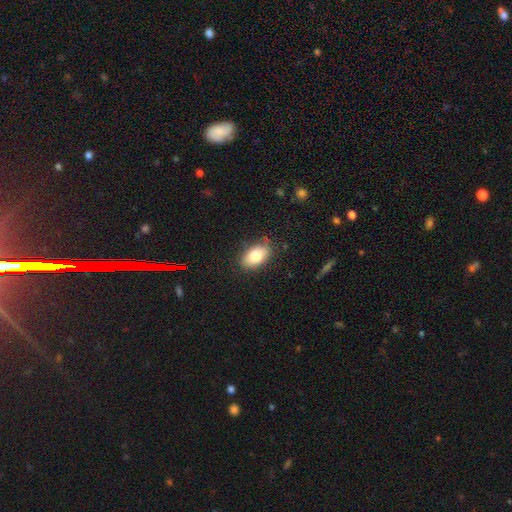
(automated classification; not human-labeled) This is clearly a smooth galaxy (80%). How rounded: clearly in between (91%). Merging: clearly none (80%).